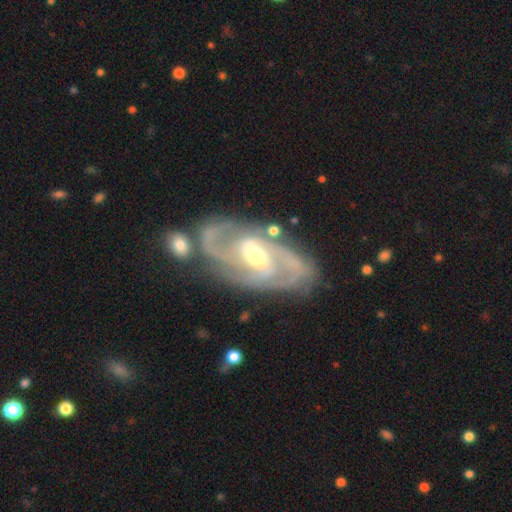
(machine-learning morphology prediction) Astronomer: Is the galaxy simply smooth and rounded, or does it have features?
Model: featured or disk — 90%.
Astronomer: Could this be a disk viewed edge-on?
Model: no — 96%.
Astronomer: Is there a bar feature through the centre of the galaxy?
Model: weak — 48% (runner-up: strong, 29%).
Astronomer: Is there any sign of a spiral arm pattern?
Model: yes — 96%.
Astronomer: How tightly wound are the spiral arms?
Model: tight — 45% (runner-up: medium, 44%).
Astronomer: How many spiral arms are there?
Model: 2 — 58%.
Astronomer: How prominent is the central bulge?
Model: moderate — 58% (runner-up: small, 36%).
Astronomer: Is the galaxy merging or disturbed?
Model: none — 67%.